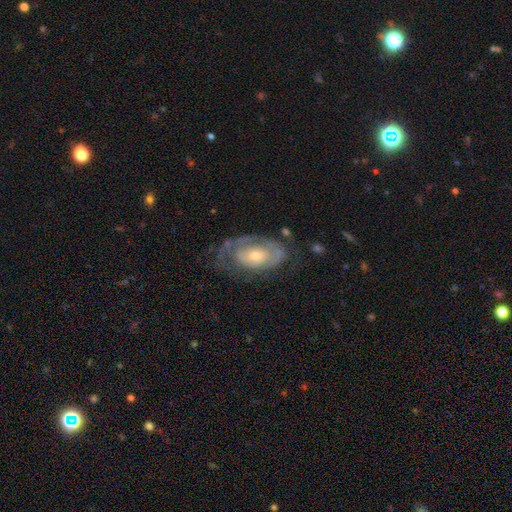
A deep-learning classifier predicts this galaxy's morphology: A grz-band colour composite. It shows a featured or disk galaxy (71%) with no bar (76%), spiral arms (68%) and a small central bulge (49%). Merging: none (53%).